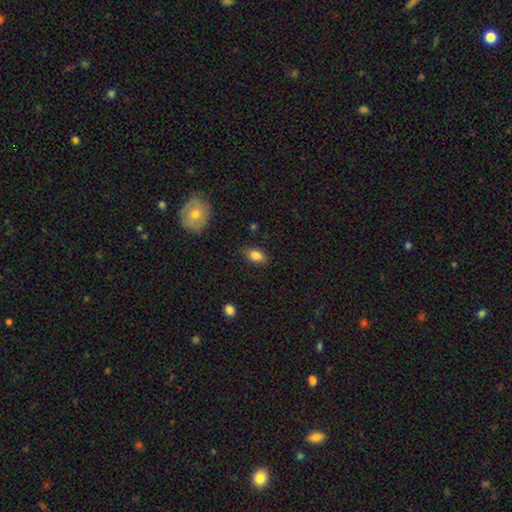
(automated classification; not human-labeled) Smooth or featured? Predicted: smooth (p=0.84). How rounded? Predicted: in between (p=0.84). Merging? Predicted: none (p=0.81).